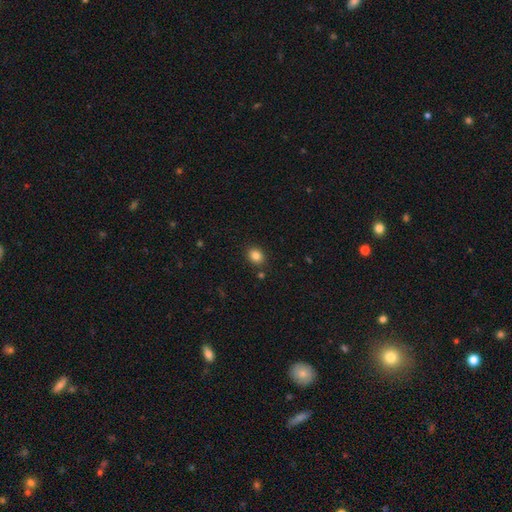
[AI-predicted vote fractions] smooth_or_featured: smooth (p=0.85) [alt: star or artifact p=0.11]
how_rounded: round (p=0.53) [alt: in between p=0.46]
merging: none (p=0.86) [alt: minor disturbance p=0.08]